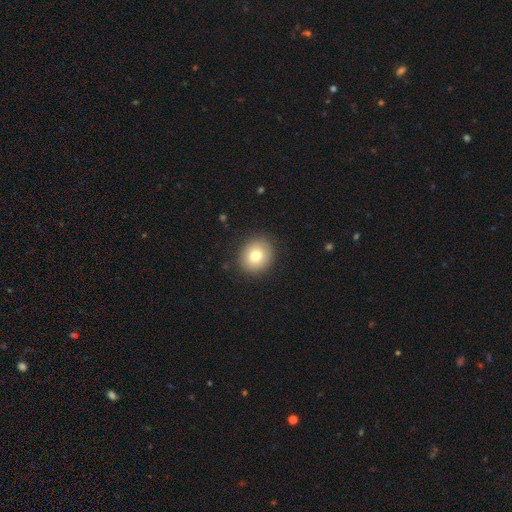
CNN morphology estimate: Q: Smooth or featured?
A: smooth (78%); runner-up: featured or disk (13%)
Q: How rounded?
A: round (78%); runner-up: in between (22%)
Q: Merging?
A: none (89%); runner-up: minor disturbance (8%)